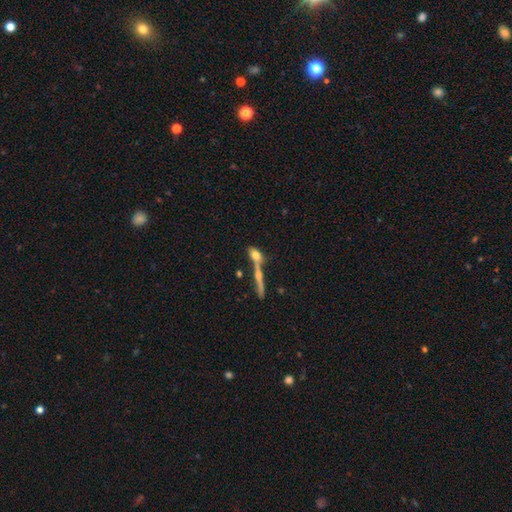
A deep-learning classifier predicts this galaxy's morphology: smooth 62%, featured or disk 28%, star or artifact 10%. Down the decision tree: how rounded — in between (59%); merging — merger (43%).